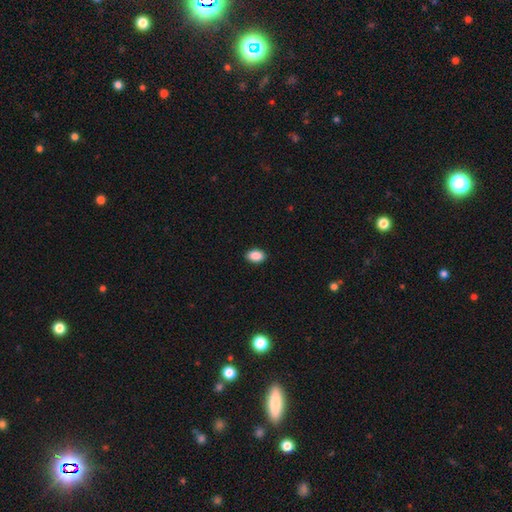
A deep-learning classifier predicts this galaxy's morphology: smooth-or-featured: smooth: 90% | star or artifact: 7% | featured or disk: 3%
  how-rounded: in between: 88% | round: 10% | cigar-shaped: 1%
  merging: none: 90% | minor disturbance: 8% | major disturbance: 2% | merger: 1%